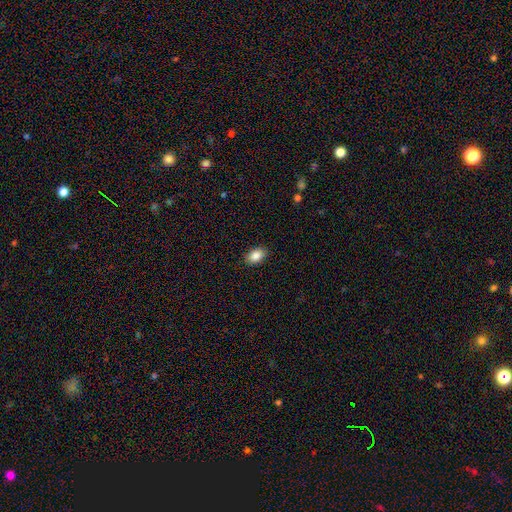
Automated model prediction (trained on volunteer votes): smooth 87%, star or artifact 8%, featured or disk 5%. Down the decision tree: how rounded — in between (87%); merging — none (88%).